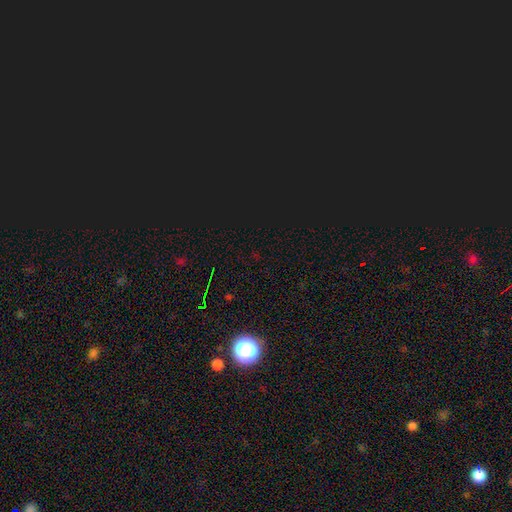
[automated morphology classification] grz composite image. It shows a star or artifact, not a galaxy (78%).